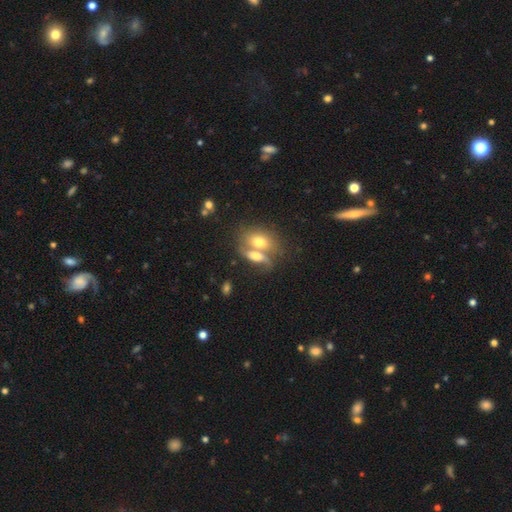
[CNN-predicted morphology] This appears to be a smooth galaxy with no disk features (63%) that is in between round and cigar-shaped (76%). Merging: merger (64%).